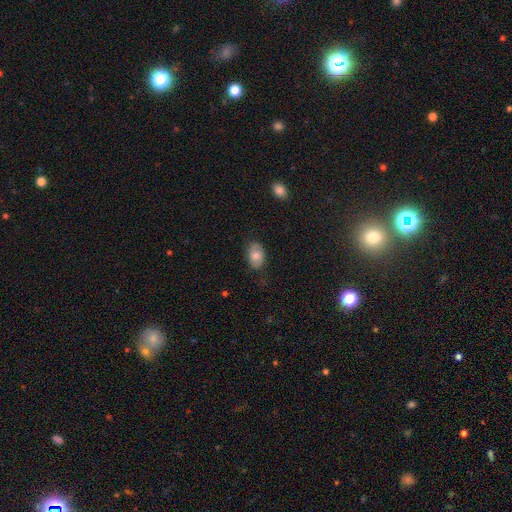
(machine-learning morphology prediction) smooth-or-featured: smooth: 75% | featured or disk: 18% | star or artifact: 7%
  how-rounded: in between: 86% | round: 13% | cigar-shaped: 1%
  merging: none: 77% | minor disturbance: 17% | major disturbance: 4% | merger: 1%